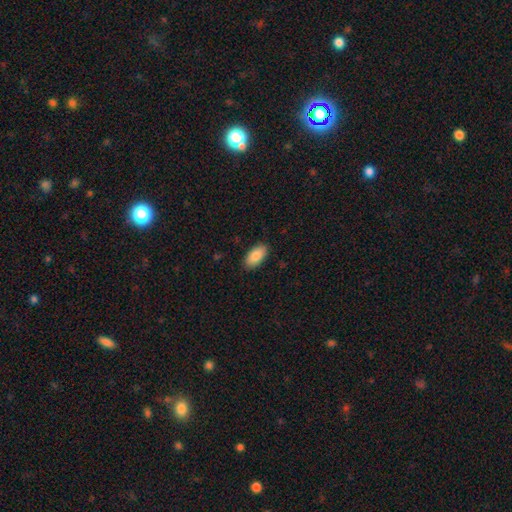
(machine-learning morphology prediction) A smooth galaxy with no disk features (85%) that is in between round and cigar-shaped (94%). Merging: none (88%).